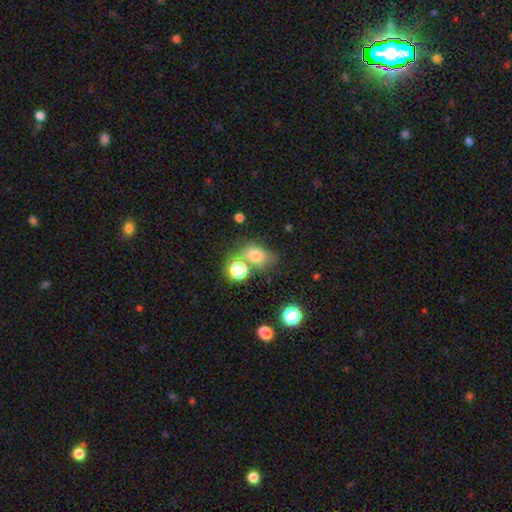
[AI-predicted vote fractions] smooth_or_featured: smooth (p=0.70) [alt: star or artifact p=0.17]
how_rounded: in between (p=0.65) [alt: round p=0.34]
merging: none (p=0.49) [alt: merger p=0.23]